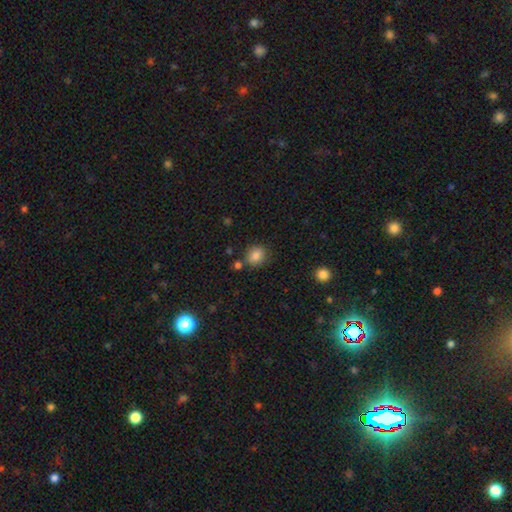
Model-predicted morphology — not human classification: Smooth or featured?
  - smooth: 84% *
  - star or artifact: 11%
  - featured or disk: 6%
How rounded?
  - round: 69% *
  - in between: 30%
  - cigar-shaped: 1%
Merging?
  - none: 75% *
  - minor disturbance: 13%
  - merger: 8%
  - major disturbance: 4%